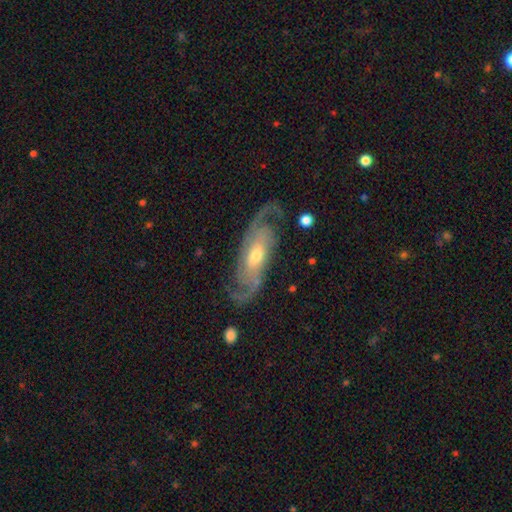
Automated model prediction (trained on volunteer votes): Q: Smooth or featured?
A: featured or disk (89%); runner-up: smooth (7%)
Q: Edge-on disk?
A: no (93%); runner-up: yes (7%)
Q: Bar?
A: no (54%); runner-up: weak (34%)
Q: Spiral arms?
A: yes (97%); runner-up: no (3%)
Q: Spiral winding?
A: medium (46%); runner-up: tight (31%)
Q: Spiral arm count?
A: 2 (78%); runner-up: can't tell (7%)
Q: Bulge size?
A: moderate (56%); runner-up: small (37%)
Q: Merging?
A: none (75%); runner-up: minor disturbance (15%)